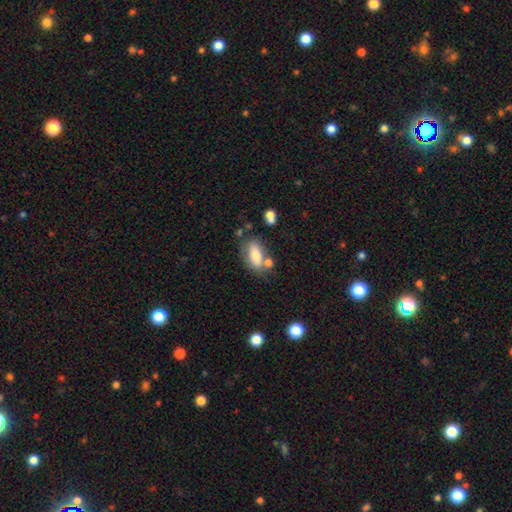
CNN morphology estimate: A smooth galaxy with no disk features (73%) that is in between round and cigar-shaped (87%). Merging: none (55%).